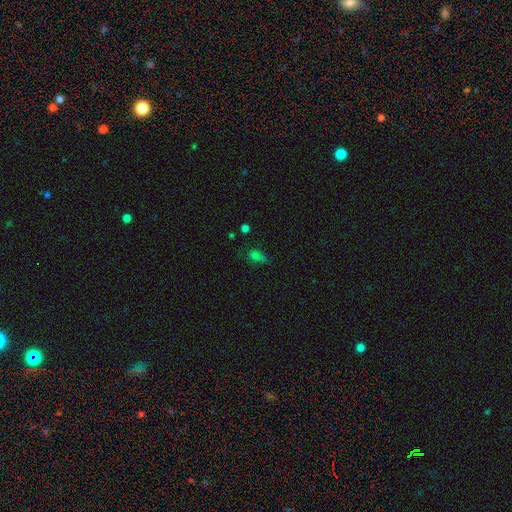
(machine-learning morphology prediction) type=smooth (62%); roundness=in between (72%); merging=none (46%).